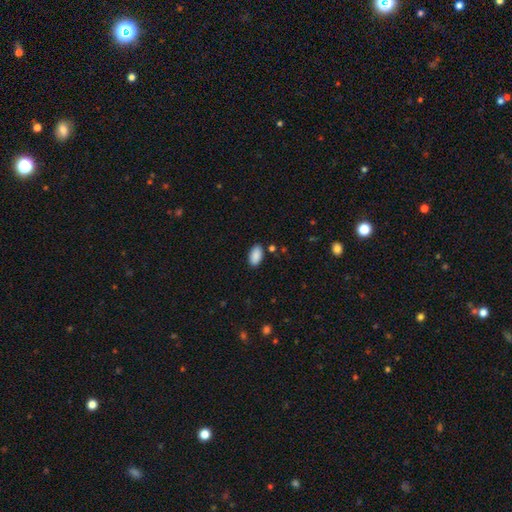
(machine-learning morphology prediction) Smooth or featured? Predicted: smooth (p=0.89). How rounded? Predicted: in between (p=0.94). Merging? Predicted: none (p=0.85).